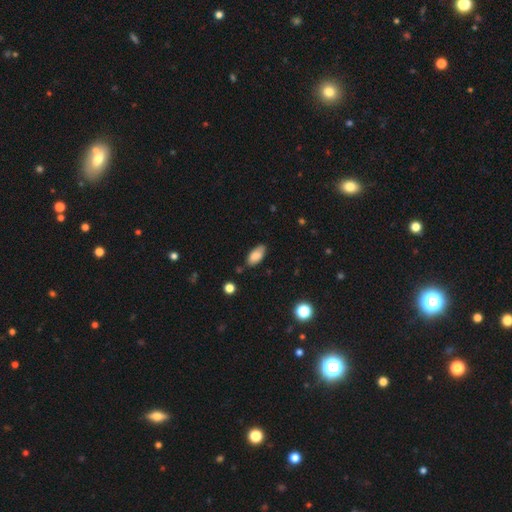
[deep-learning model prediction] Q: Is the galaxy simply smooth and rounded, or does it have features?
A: smooth — 84%.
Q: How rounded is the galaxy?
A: in between — 91%.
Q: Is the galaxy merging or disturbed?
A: none — 77%.